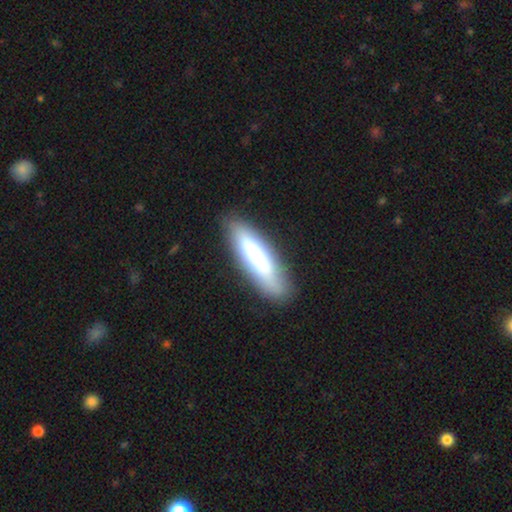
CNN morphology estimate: The model was most divided on "how rounded": cigar-shaped: 71%, in between: 28%, round: 2%. More confident: merging — none (83%); smooth or featured — smooth (69%).